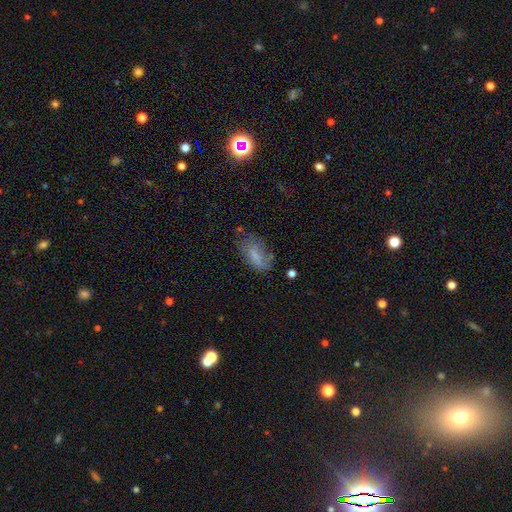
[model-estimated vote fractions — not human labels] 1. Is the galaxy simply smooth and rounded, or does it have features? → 73% smooth, 18% featured or disk, 9% star or artifact.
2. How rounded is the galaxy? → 85% in between, 11% cigar-shaped, 3% round.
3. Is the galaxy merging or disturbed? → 58% none, 27% minor disturbance, 11% major disturbance, 4% merger.